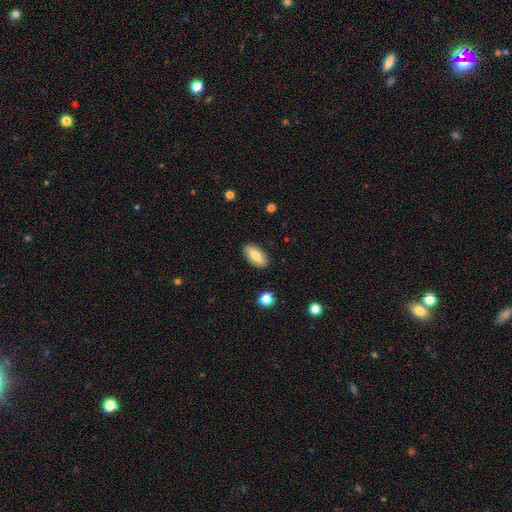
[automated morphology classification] Smooth or featured?
  - smooth: 79% *
  - featured or disk: 14%
  - star or artifact: 7%
How rounded?
  - in between: 84% *
  - cigar-shaped: 13%
  - round: 2%
Merging?
  - none: 88% *
  - minor disturbance: 9%
  - major disturbance: 2%
  - merger: 1%